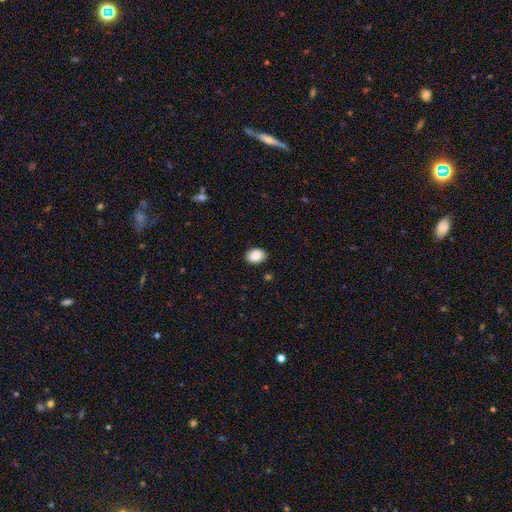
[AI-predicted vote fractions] smooth-or-featured: smooth: 90% | star or artifact: 7% | featured or disk: 3%
  how-rounded: in between: 74% | round: 25% | cigar-shaped: 1%
  merging: none: 88% | minor disturbance: 9% | major disturbance: 2% | merger: 1%